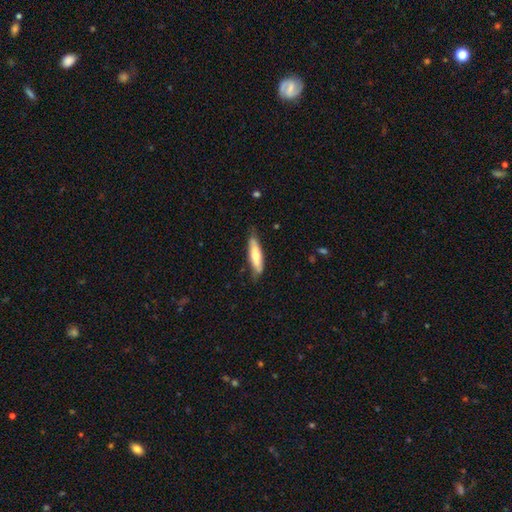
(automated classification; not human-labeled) Smooth or featured? Predicted: smooth (p=0.60). How rounded? Predicted: cigar-shaped (p=0.64). Merging? Predicted: none (p=0.71).